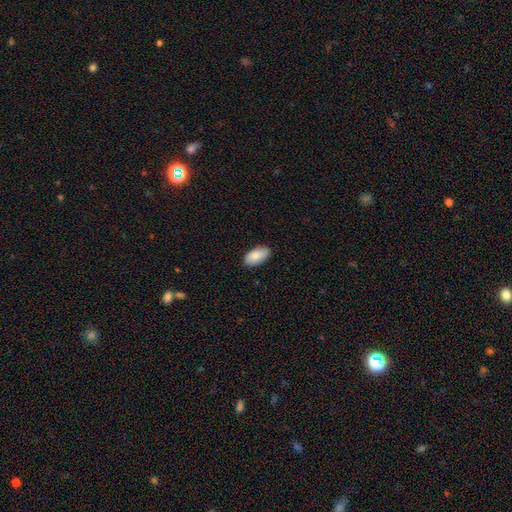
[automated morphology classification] Overall: smooth (86%). How rounded: in between (95%). Merging: none (87%).